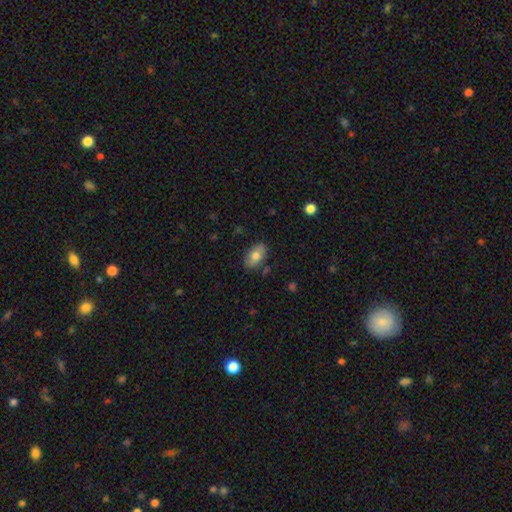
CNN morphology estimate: Overall: smooth (75%). How rounded: in between (90%). Merging: none (82%).